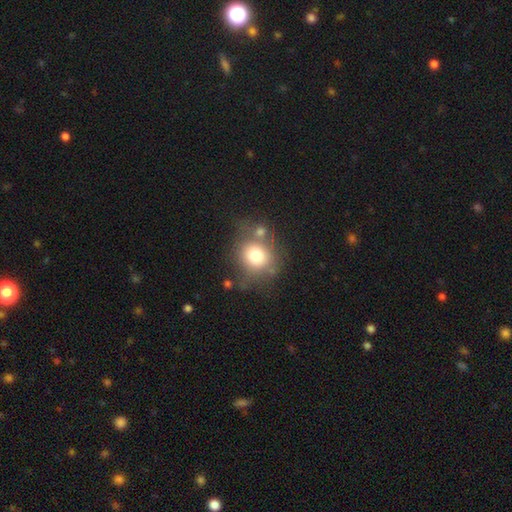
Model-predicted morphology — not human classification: Smooth or featured?
  - smooth: 74% *
  - featured or disk: 15%
  - star or artifact: 11%
How rounded?
  - round: 79% *
  - in between: 20%
  - cigar-shaped: 1%
Merging?
  - none: 54% *
  - merger: 18%
  - minor disturbance: 18%
  - major disturbance: 10%